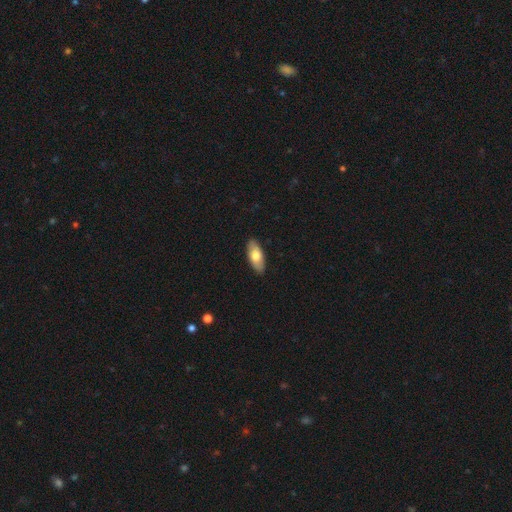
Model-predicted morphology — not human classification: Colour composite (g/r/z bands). It shows a smooth galaxy with no disk features (70%) that is in between round and cigar-shaped (86%). Merging: none (89%).